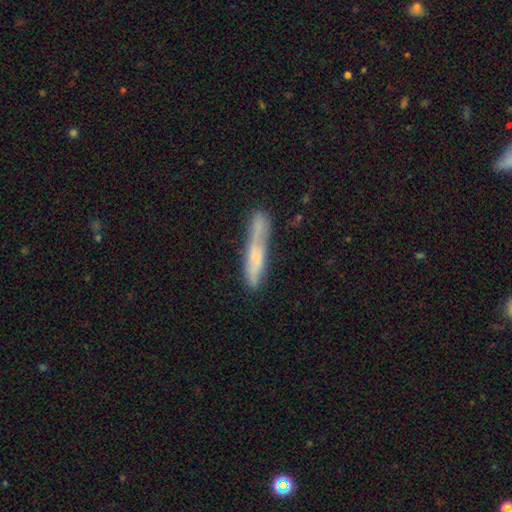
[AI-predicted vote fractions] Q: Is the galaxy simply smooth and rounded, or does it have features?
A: smooth — 58%.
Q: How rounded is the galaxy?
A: cigar-shaped — 92%.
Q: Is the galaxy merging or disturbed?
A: none — 64%.